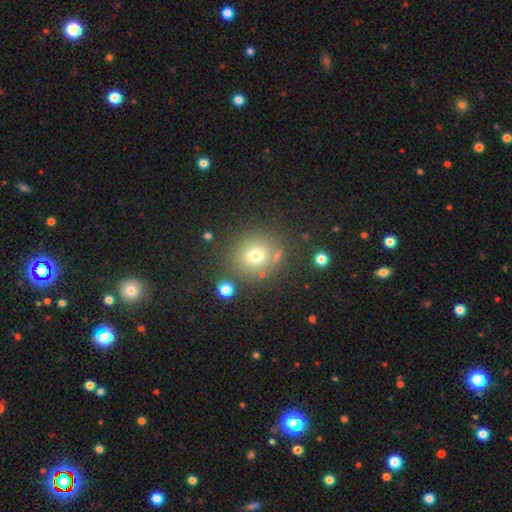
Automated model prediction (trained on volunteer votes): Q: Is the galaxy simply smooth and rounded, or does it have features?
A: smooth — 71%.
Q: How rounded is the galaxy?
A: round — 84%.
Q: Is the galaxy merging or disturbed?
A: none — 77%.